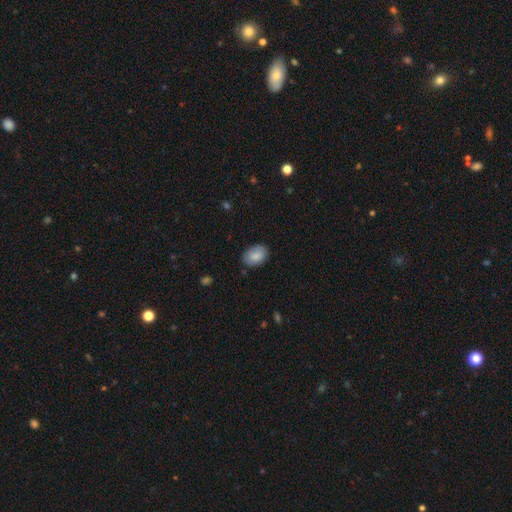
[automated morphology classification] A smooth galaxy with no disk features (87%) that is in between round and cigar-shaped (81%).

Vote fractions:
- Smooth or featured? smooth: 87% / star or artifact: 7% / featured or disk: 6%
- How rounded? in between: 81% / round: 18% / cigar-shaped: 1%
- Merging? none: 84% / minor disturbance: 13% / major disturbance: 2% / merger: 1%